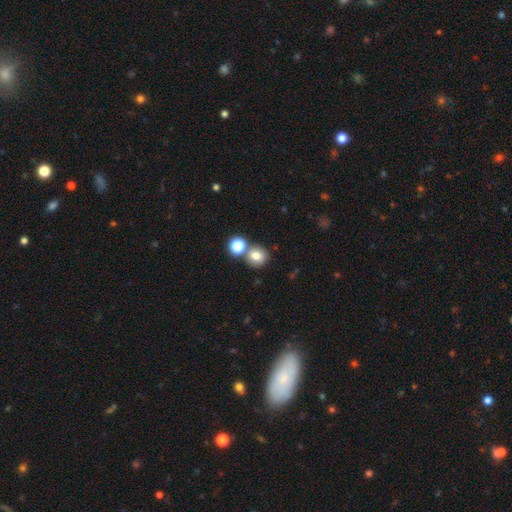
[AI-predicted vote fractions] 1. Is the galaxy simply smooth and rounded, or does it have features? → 77% smooth, 14% star or artifact, 9% featured or disk.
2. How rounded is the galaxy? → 86% round, 13% in between, 1% cigar-shaped.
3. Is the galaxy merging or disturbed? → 65% none, 24% merger, 8% minor disturbance, 3% major disturbance.